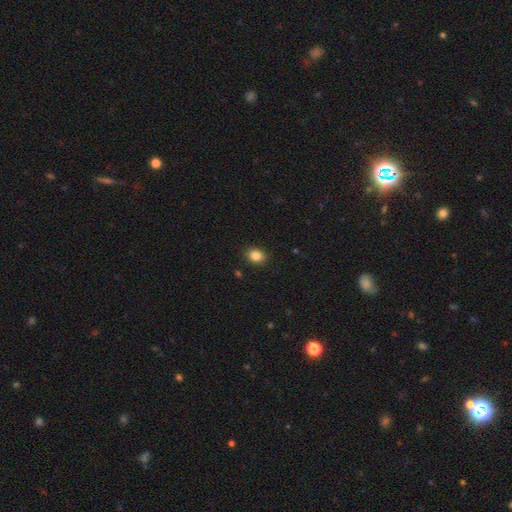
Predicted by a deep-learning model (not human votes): Overall: smooth (86%). How rounded: in between (53%; round 46%). Merging: none (89%).